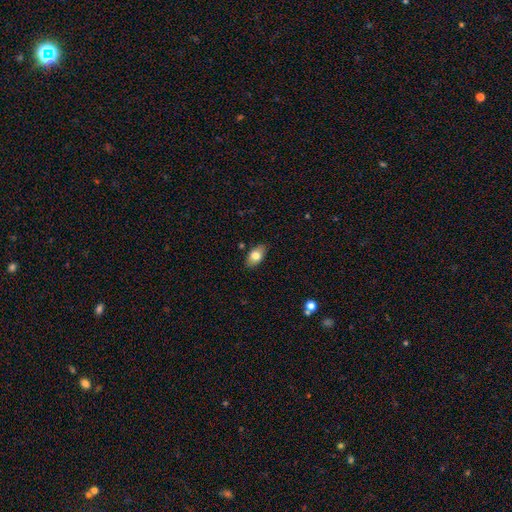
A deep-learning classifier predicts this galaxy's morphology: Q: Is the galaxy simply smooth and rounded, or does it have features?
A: smooth — 77%.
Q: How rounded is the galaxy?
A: in between — 90%.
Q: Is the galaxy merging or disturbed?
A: none — 86%.